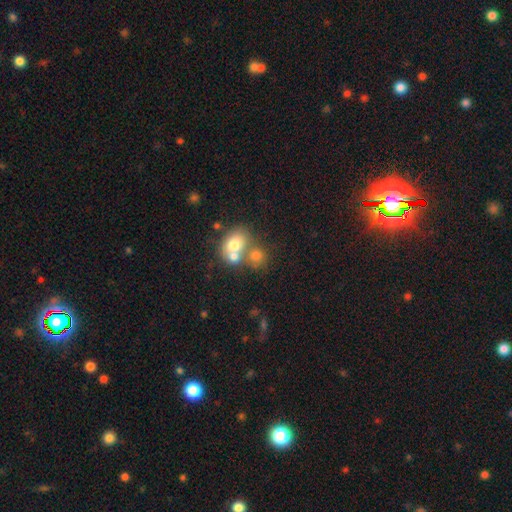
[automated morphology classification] This is likely a smooth galaxy (70%). How rounded: likely round (62%). Merging: possibly merger (53%).